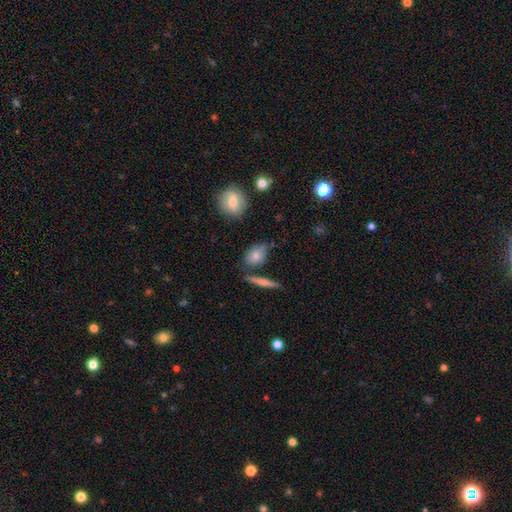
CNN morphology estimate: type=smooth (74%); roundness=in between (74%); merging=none (72%).